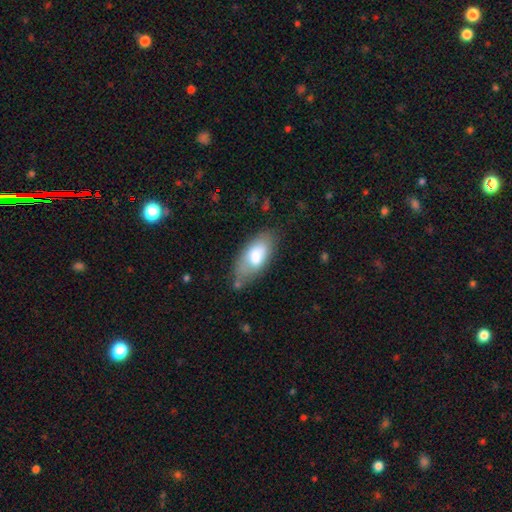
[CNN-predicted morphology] Smooth or featured? smooth (72%)
How rounded? in between (88%)
Merging? none (65%)